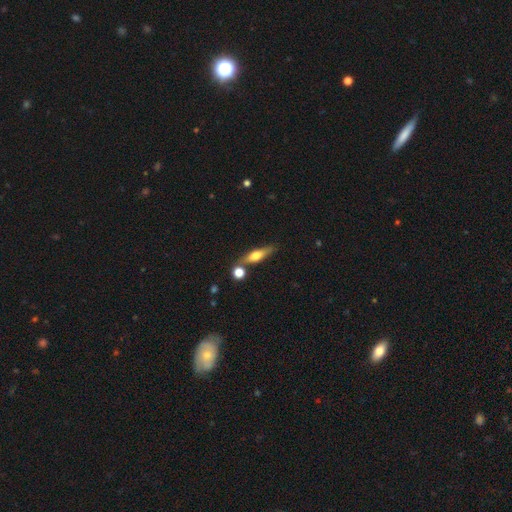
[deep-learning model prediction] Smooth or featured? Predicted: smooth (p=0.48). Merging? Predicted: none (p=0.69).